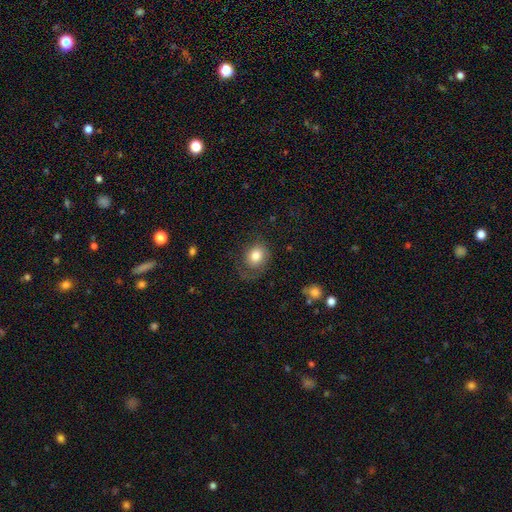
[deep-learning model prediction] The model was most divided on "how rounded": round: 61%, in between: 38%, cigar-shaped: 1%. More confident: smooth or featured — smooth (76%); merging — none (58%).